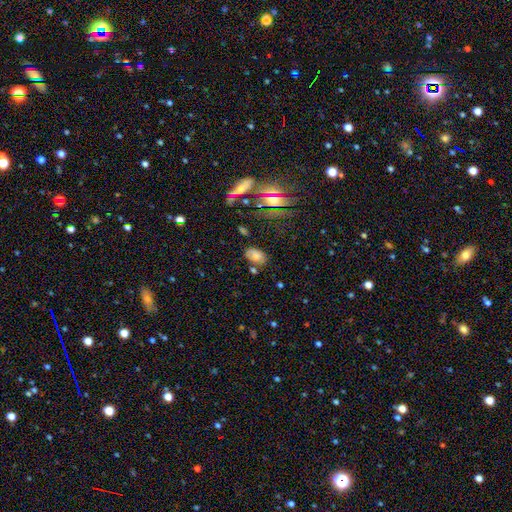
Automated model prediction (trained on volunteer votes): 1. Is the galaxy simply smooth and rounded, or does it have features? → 65% smooth, 19% star or artifact, 15% featured or disk.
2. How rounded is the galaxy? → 86% in between, 12% round, 2% cigar-shaped.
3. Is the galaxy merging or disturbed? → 65% none, 21% minor disturbance, 8% merger, 7% major disturbance.